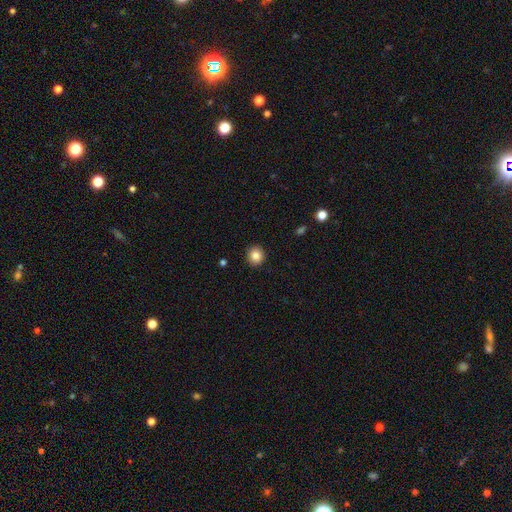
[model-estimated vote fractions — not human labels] Q: Smooth or featured?
A: smooth (84%); runner-up: star or artifact (10%)
Q: How rounded?
A: round (93%); runner-up: in between (6%)
Q: Merging?
A: none (92%); runner-up: minor disturbance (5%)